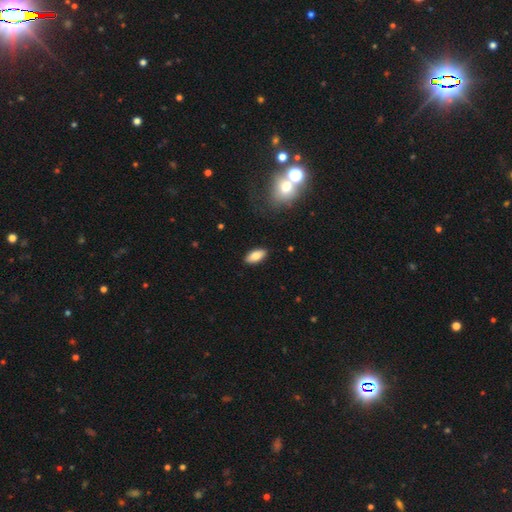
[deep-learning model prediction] Smooth or featured: smooth — 81% (featured or disk — 12%)
How rounded: in between — 89% (cigar-shaped — 9%)
Merging: none — 89% (minor disturbance — 8%)